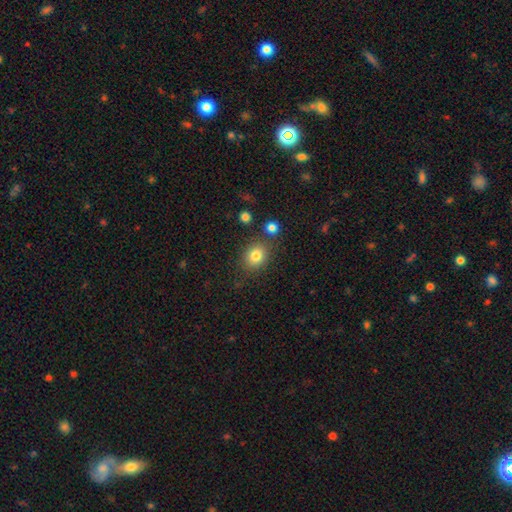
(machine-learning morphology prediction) The model was most divided on "how rounded": round: 57%, in between: 42%, cigar-shaped: 1%. More confident: smooth or featured — smooth (81%); merging — none (77%).